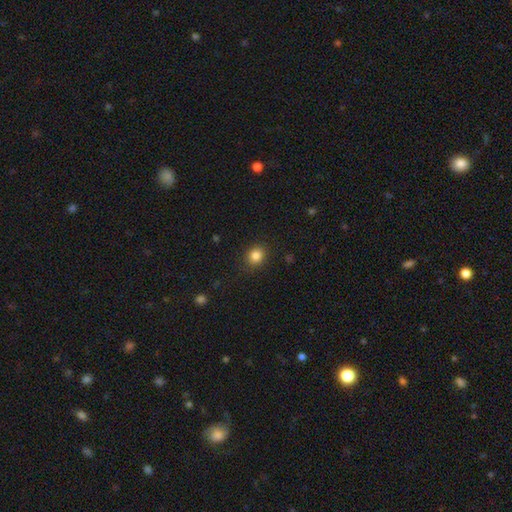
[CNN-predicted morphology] A smooth galaxy with no disk features (85%) that is round (69%).

Vote fractions:
- Smooth or featured? smooth: 85% / star or artifact: 11% / featured or disk: 4%
- How rounded? round: 69% / in between: 30% / cigar-shaped: 1%
- Merging? none: 88% / minor disturbance: 8% / major disturbance: 3% / merger: 1%